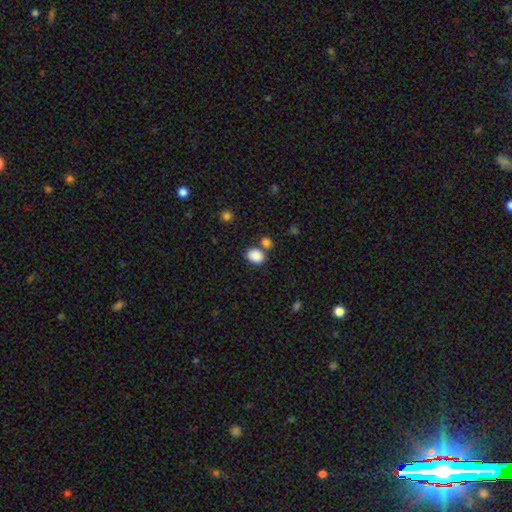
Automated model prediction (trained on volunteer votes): A smooth galaxy with no disk features (87%) that is in between round and cigar-shaped (57%). Merging: none (67%).